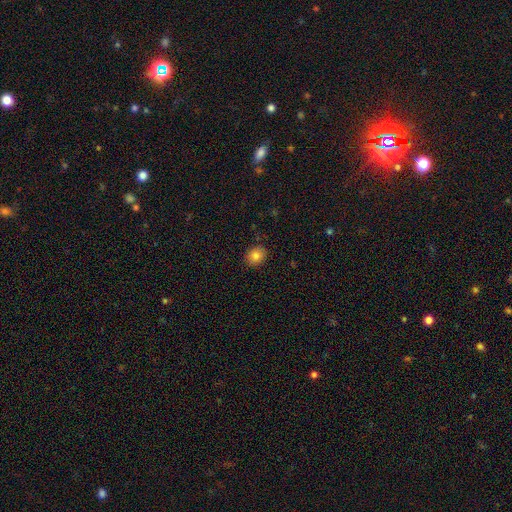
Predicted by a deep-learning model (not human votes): Morphology: type=smooth (83%); roundness=round (59%); merging=none (88%).